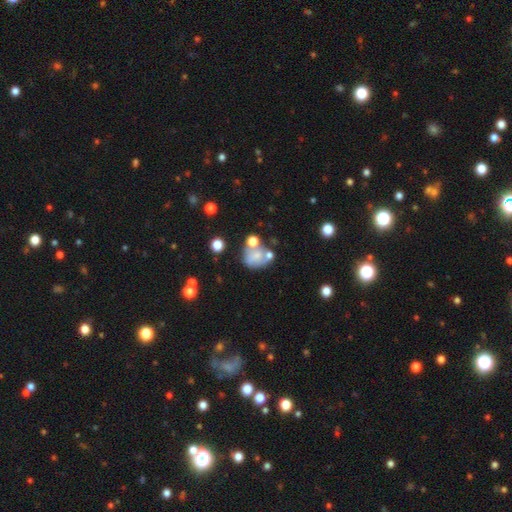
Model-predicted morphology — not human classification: Smooth or featured: smooth — 56% (featured or disk — 31%)
How rounded: round — 59% (in between — 40%)
Merging: none — 39% (merger — 26%)